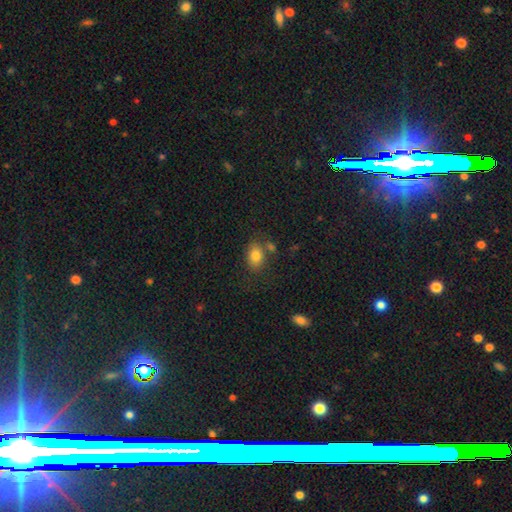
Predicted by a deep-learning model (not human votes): Smooth or featured? Predicted: smooth (p=0.82). How rounded? Predicted: in between (p=0.75). Merging? Predicted: none (p=0.67).